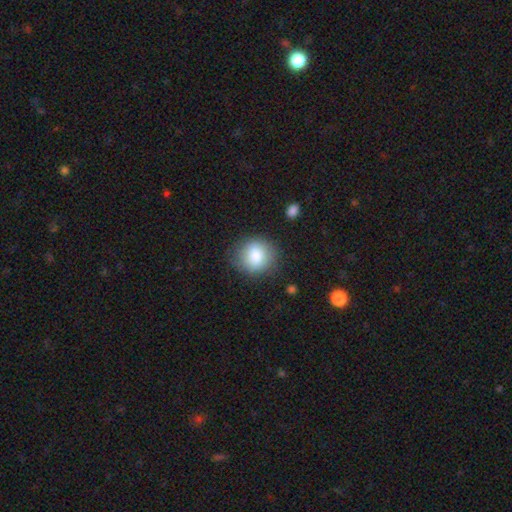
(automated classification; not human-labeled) Q: Smooth or featured?
A: smooth (83%); runner-up: star or artifact (8%)
Q: How rounded?
A: round (81%); runner-up: in between (18%)
Q: Merging?
A: none (80%); runner-up: minor disturbance (14%)